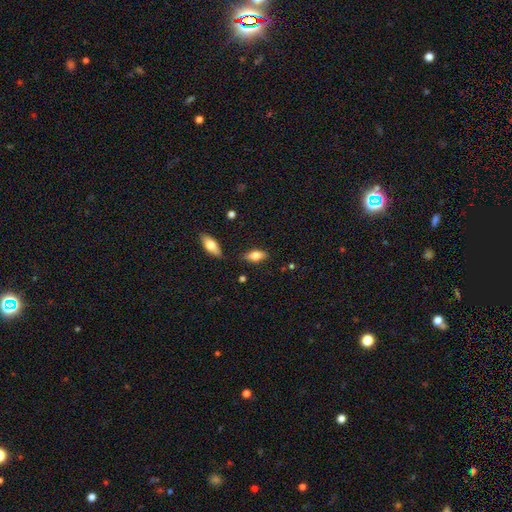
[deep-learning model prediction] The model was most divided on "smooth or featured": smooth: 66%, featured or disk: 27%, star or artifact: 7%. More confident: merging — none (81%); how rounded — in between (79%).